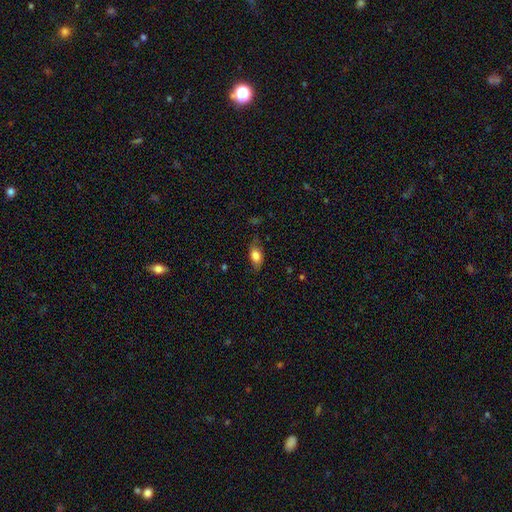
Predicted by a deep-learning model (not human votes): Smooth or featured: smooth — 78% (featured or disk — 14%)
How rounded: in between — 85% (round — 8%)
Merging: none — 71% (minor disturbance — 22%)